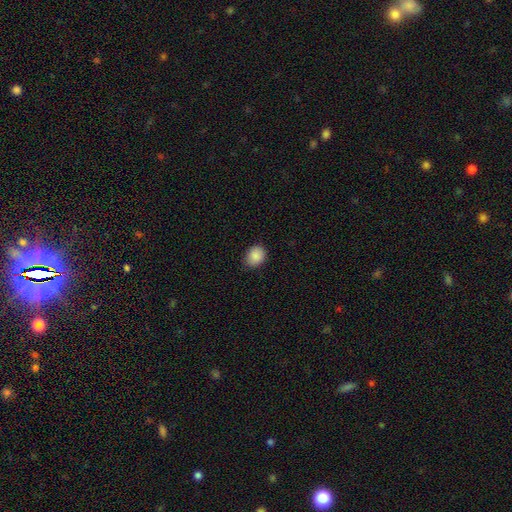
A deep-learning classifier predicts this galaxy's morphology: A smooth galaxy with no disk features (89%) that is in between round and cigar-shaped (52%). Merging: none (83%).